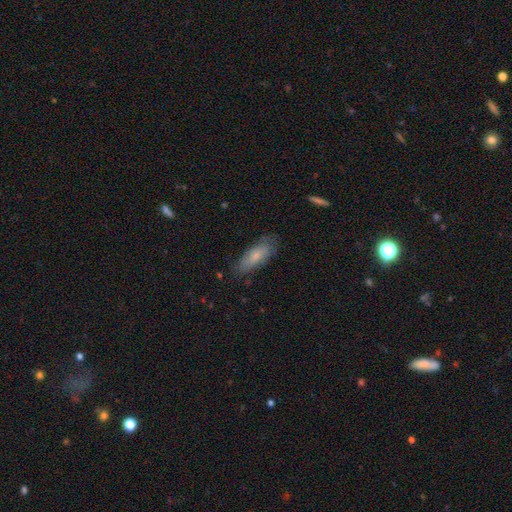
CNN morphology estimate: This is likely a smooth galaxy (69%). How rounded: likely in between (69%). Merging: likely none (72%).